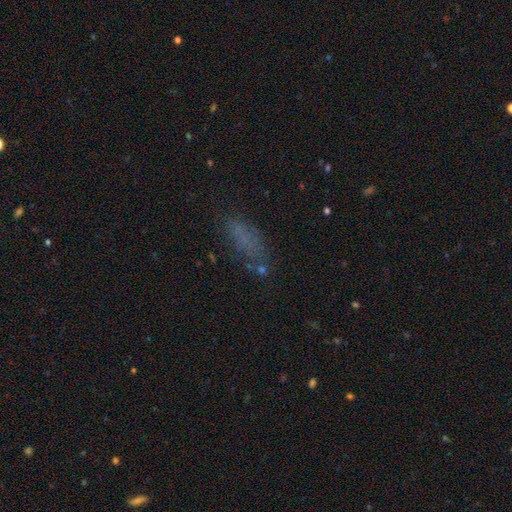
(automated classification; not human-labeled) The model was most divided on "how rounded": in between: 61%, cigar-shaped: 34%, round: 5%. More confident: merging — none (64%); smooth or featured — smooth (61%).